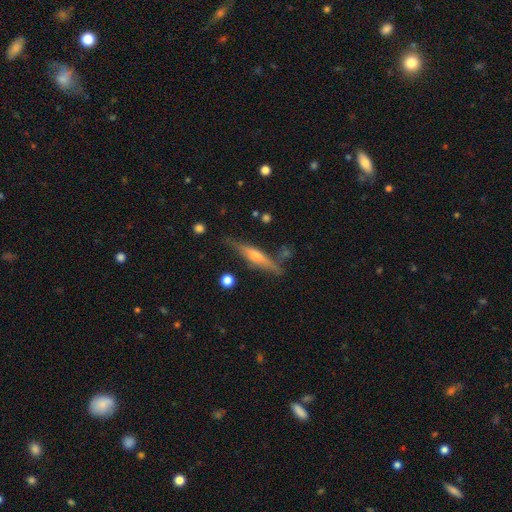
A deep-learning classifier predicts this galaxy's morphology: A featured or disk galaxy (68%) viewed edge-on (96%) with a rounded central bulge (83%).

Vote fractions:
- Smooth or featured? featured or disk: 68% / smooth: 25% / star or artifact: 7%
- Edge-on disk? yes: 96% / no: 4%
- Edge-on bulge? rounded: 83% / none: 9% / boxy: 8%
- Merging? none: 81% / minor disturbance: 13% / merger: 3% / major disturbance: 3%